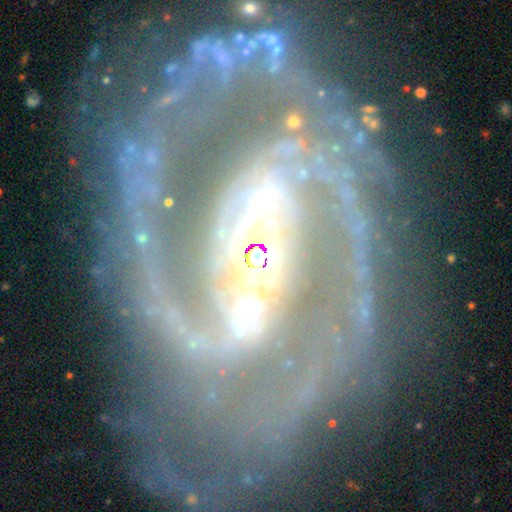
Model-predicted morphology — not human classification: A featured or disk galaxy (92%) with a strong bar (56%), 2 (65%) medium (48%) spiral arms (97%) and a moderate central bulge (46%).

Vote fractions:
- Smooth or featured? featured or disk: 92% / star or artifact: 5% / smooth: 3%
- Edge-on disk? no: 98% / yes: 2%
- Bar? strong: 56% / weak: 28% / no: 16%
- Spiral arms? yes: 97% / no: 3%
- Spiral winding? medium: 48% / tight: 36% / loose: 16%
- Spiral arm count? 2: 65% / 3: 10% / can't tell: 9% / 4: 6% / 1: 6% / more than 4: 5%
- Bulge size? moderate: 46% / small: 39% / large: 9% / none: 4% / dominant: 2%
- Merging? none: 57% / major disturbance: 21% / minor disturbance: 17% / merger: 5%